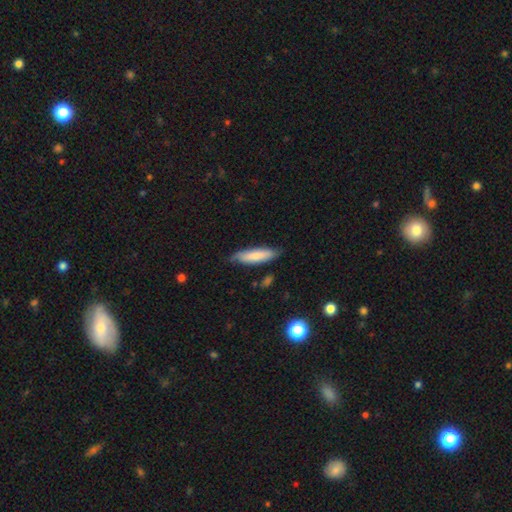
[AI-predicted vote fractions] Q: Smooth or featured?
A: smooth (76%); runner-up: featured or disk (18%)
Q: How rounded?
A: cigar-shaped (68%); runner-up: in between (31%)
Q: Merging?
A: none (75%); runner-up: minor disturbance (20%)